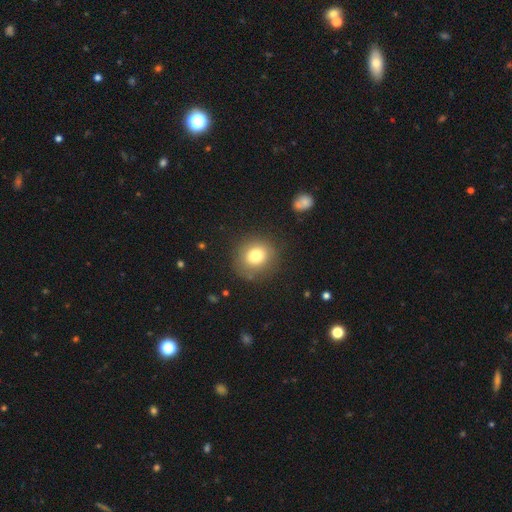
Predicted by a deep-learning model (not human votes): The model was most divided on "smooth or featured": smooth: 78%, star or artifact: 11%, featured or disk: 11%. More confident: how rounded — round (84%); merging — none (82%).